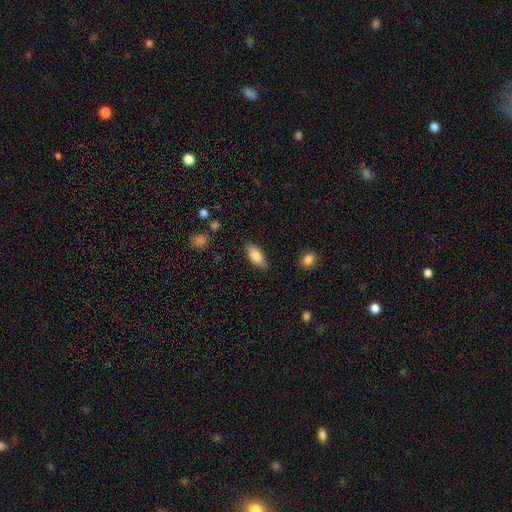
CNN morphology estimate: Smooth or featured: smooth — 77% (featured or disk — 16%)
How rounded: in between — 78% (cigar-shaped — 19%)
Merging: none — 84% (minor disturbance — 12%)